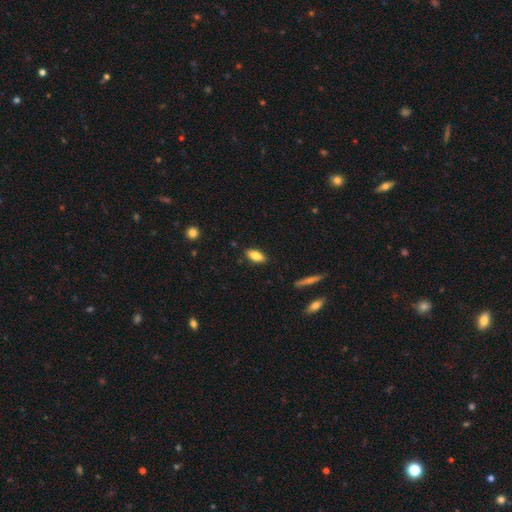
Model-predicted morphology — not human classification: smooth_or_featured: smooth (p=0.80) [alt: featured or disk p=0.13]
how_rounded: in between (p=0.83) [alt: cigar-shaped p=0.14]
merging: none (p=0.87) [alt: minor disturbance p=0.10]